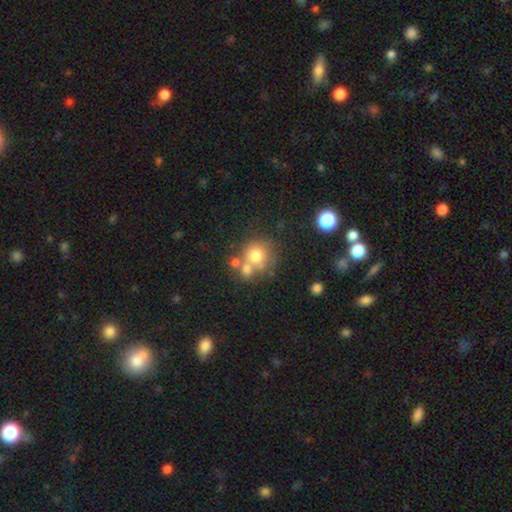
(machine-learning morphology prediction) Smooth or featured?
  - smooth: 69% *
  - featured or disk: 18%
  - star or artifact: 13%
How rounded?
  - round: 86% *
  - in between: 13%
  - cigar-shaped: 1%
Merging?
  - none: 48% *
  - merger: 35%
  - minor disturbance: 11%
  - major disturbance: 6%